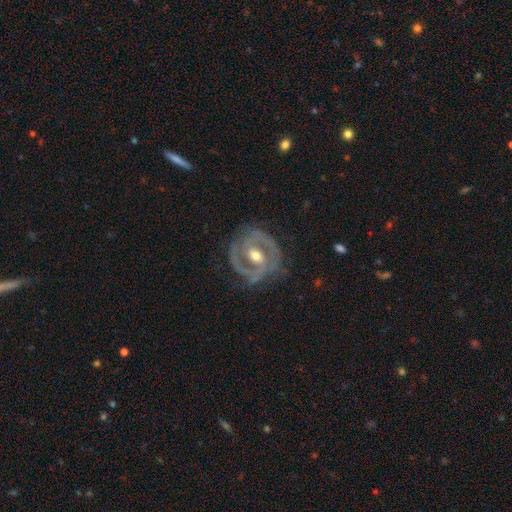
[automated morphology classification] Smooth or featured? featured or disk (85%)
Edge-on disk? no (96%)
Bar? weak (38%)
Spiral arms? yes (85%)
Spiral winding? tight (49%)
Spiral arm count? 2 (78%)
Bulge size? moderate (73%)
Merging? none (79%)